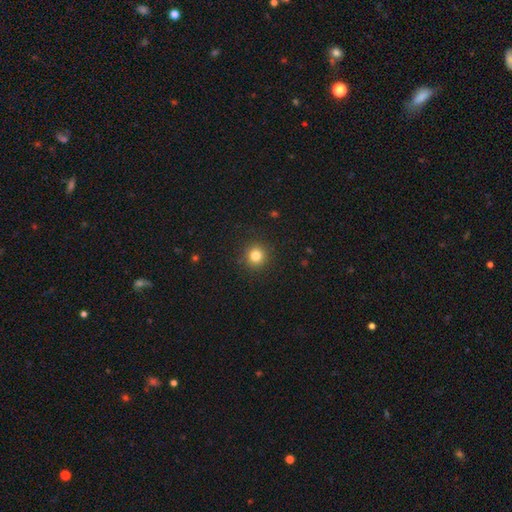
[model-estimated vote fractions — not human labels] smooth_or_featured: smooth (p=0.82) [alt: star or artifact p=0.13]
how_rounded: round (p=0.94) [alt: in between p=0.05]
merging: none (p=0.92) [alt: minor disturbance p=0.05]